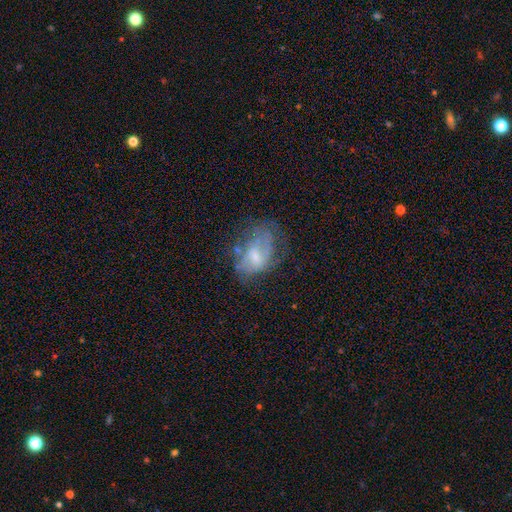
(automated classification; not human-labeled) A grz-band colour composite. It shows a featured or disk galaxy (58%) with no bar (47%), spiral arms (56%) and a small central bulge (44%). Merging: none (39%).